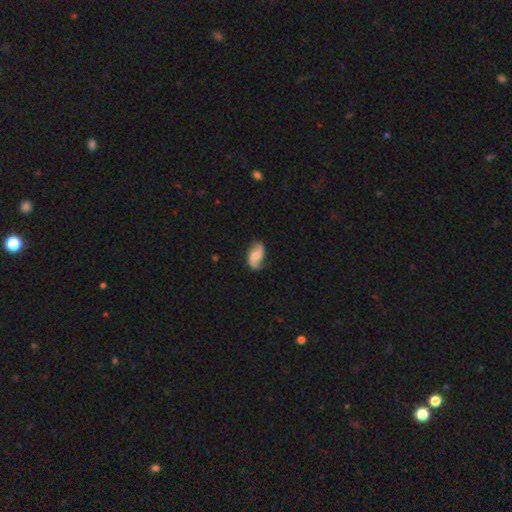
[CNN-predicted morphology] A featured or disk galaxy (71%) with no bar (56%), 2 (81%) loose (55%) spiral arms (94%) and a moderate central bulge (49%).

Vote fractions:
- Smooth or featured? featured or disk: 71% / smooth: 23% / star or artifact: 6%
- Edge-on disk? no: 97% / yes: 3%
- Bar? no: 56% / weak: 36% / strong: 7%
- Spiral arms? yes: 94% / no: 6%
- Spiral winding? loose: 55% / medium: 33% / tight: 11%
- Spiral arm count? 2: 81% / 1: 12% / can't tell: 4% / 3: 1% / 4: 1% / more than 4: 1%
- Bulge size? moderate: 49% / small: 31% / none: 9% / large: 8% / dominant: 2%
- Merging? none: 66% / minor disturbance: 23% / major disturbance: 9% / merger: 2%